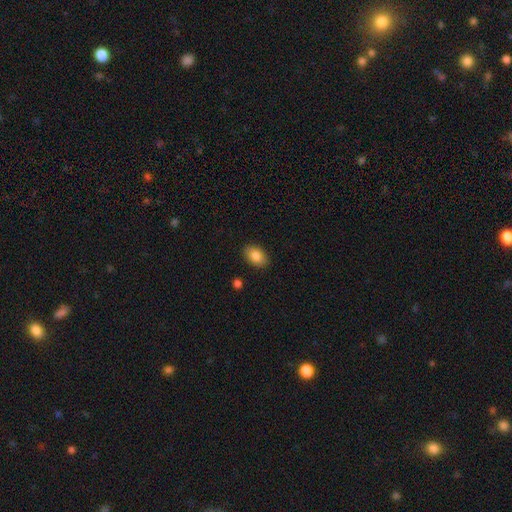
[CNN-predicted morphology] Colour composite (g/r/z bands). It shows a smooth galaxy with no disk features (85%) that is in between round and cigar-shaped (87%). Merging: none (88%).